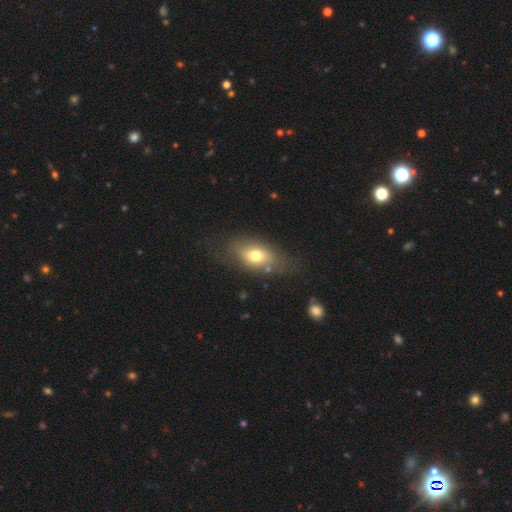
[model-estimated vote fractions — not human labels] Q: Smooth or featured?
A: smooth (70%); runner-up: featured or disk (20%)
Q: How rounded?
A: in between (81%); runner-up: round (14%)
Q: Merging?
A: none (69%); runner-up: minor disturbance (19%)